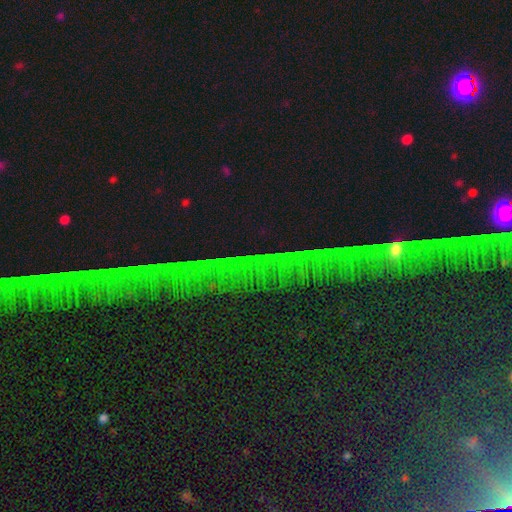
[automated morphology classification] Smooth or featured: star or artifact — 78% (featured or disk — 11%)